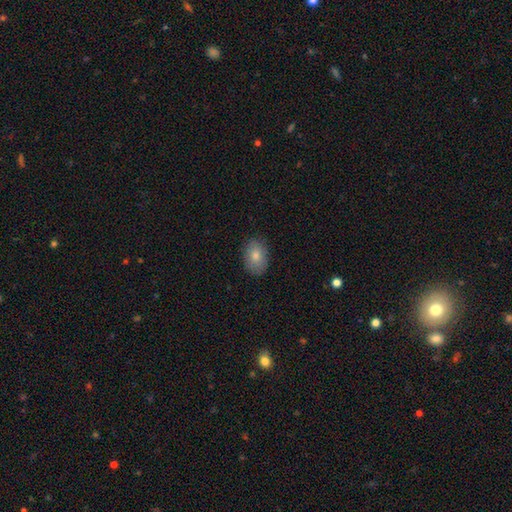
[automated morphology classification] Q: Smooth or featured?
A: smooth (81%); runner-up: featured or disk (12%)
Q: How rounded?
A: in between (82%); runner-up: round (17%)
Q: Merging?
A: none (85%); runner-up: minor disturbance (12%)